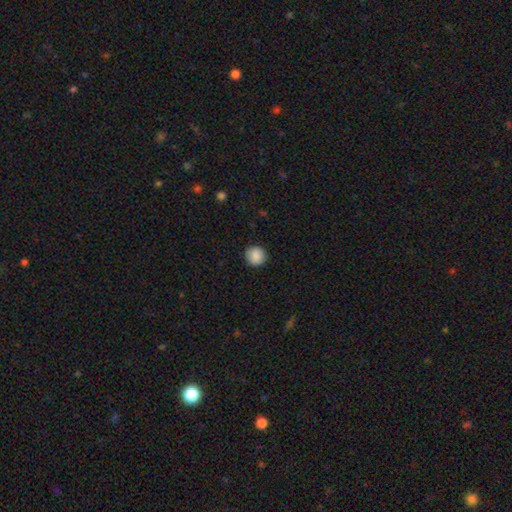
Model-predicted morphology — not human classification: Q: Smooth or featured?
A: smooth (88%); runner-up: star or artifact (8%)
Q: How rounded?
A: round (92%); runner-up: in between (7%)
Q: Merging?
A: none (91%); runner-up: minor disturbance (6%)